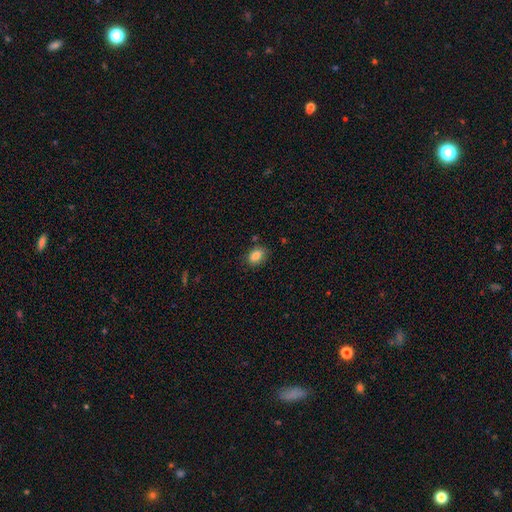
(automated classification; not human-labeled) A smooth galaxy with no disk features (86%) that is in between round and cigar-shaped (78%).

Vote fractions:
- Smooth or featured? smooth: 86% / star or artifact: 9% / featured or disk: 5%
- How rounded? in between: 78% / round: 21% / cigar-shaped: 1%
- Merging? none: 80% / minor disturbance: 15% / major disturbance: 3% / merger: 2%